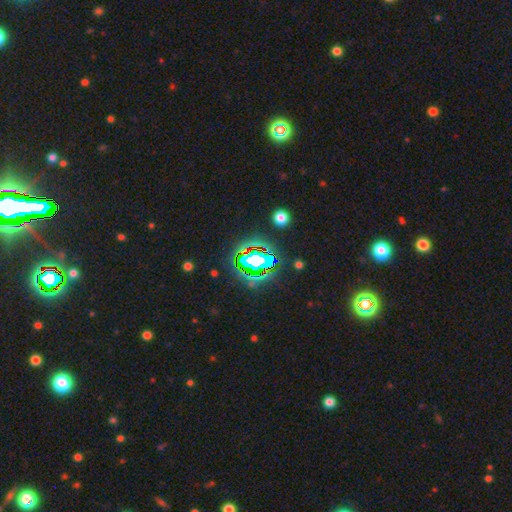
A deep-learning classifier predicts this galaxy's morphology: The model was most divided on "smooth or featured": star or artifact: 79%, smooth: 11%, featured or disk: 9%.